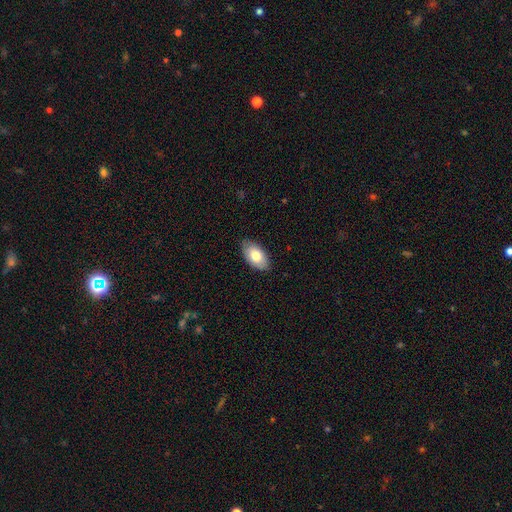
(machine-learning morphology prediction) This appears to be a smooth galaxy with no disk features (79%) that is in between round and cigar-shaped (95%). Merging: none (84%).